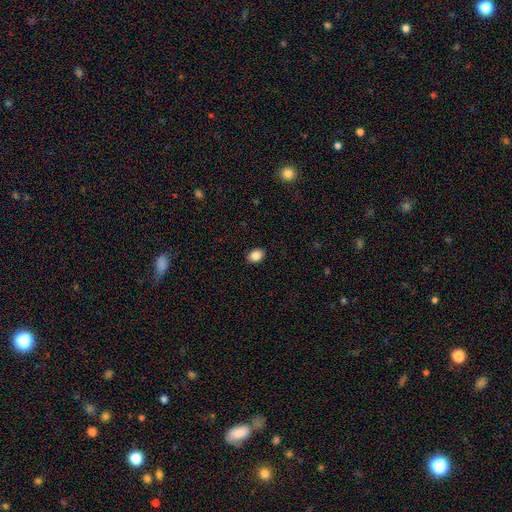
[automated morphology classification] Overall: smooth (87%). How rounded: in between (62%; round 37%). Merging: none (90%).